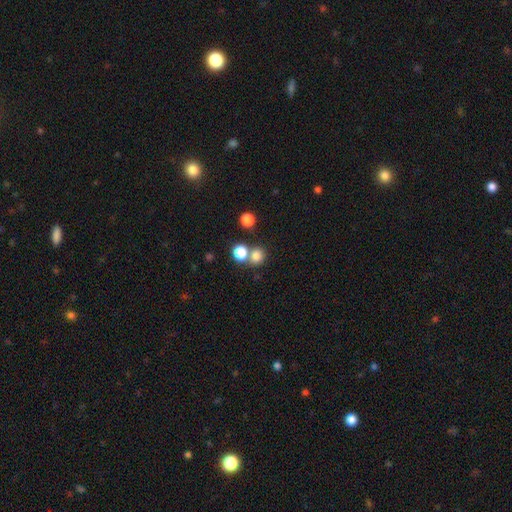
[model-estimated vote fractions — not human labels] Overall: smooth (79%). How rounded: round (84%). Merging: none (58%; merger 32%).